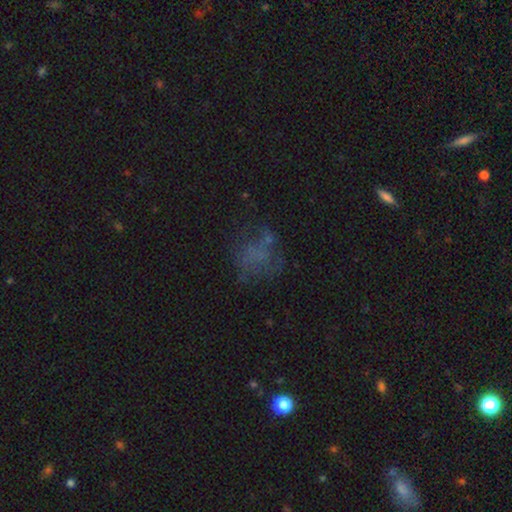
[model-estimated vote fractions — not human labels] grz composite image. It shows a smooth galaxy with no disk features (42%). Merging: none (48%).